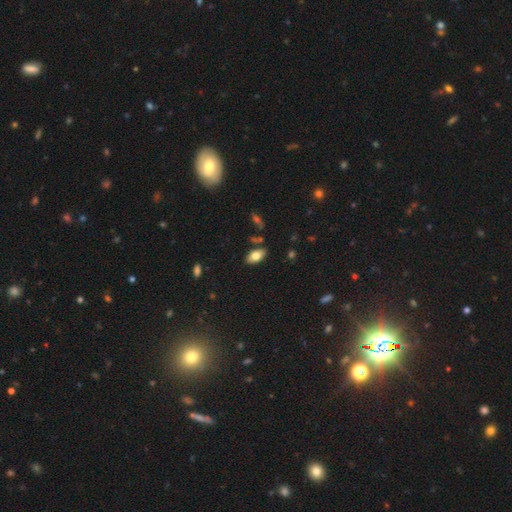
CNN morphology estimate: smooth-or-featured: smooth: 75% | featured or disk: 17% | star or artifact: 7%
  how-rounded: in between: 91% | cigar-shaped: 5% | round: 3%
  merging: none: 82% | minor disturbance: 12% | merger: 4% | major disturbance: 2%